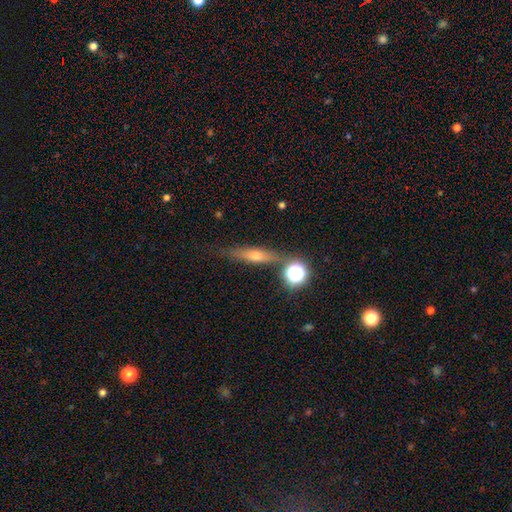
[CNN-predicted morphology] This appears to be a featured or disk galaxy (45%). Merging: none (75%).